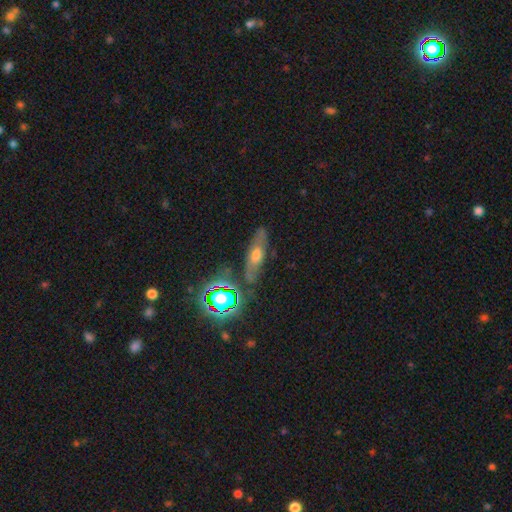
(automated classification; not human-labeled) Q: Smooth or featured?
A: featured or disk (42%); runner-up: smooth (40%)
Q: Merging?
A: none (75%); runner-up: minor disturbance (15%)